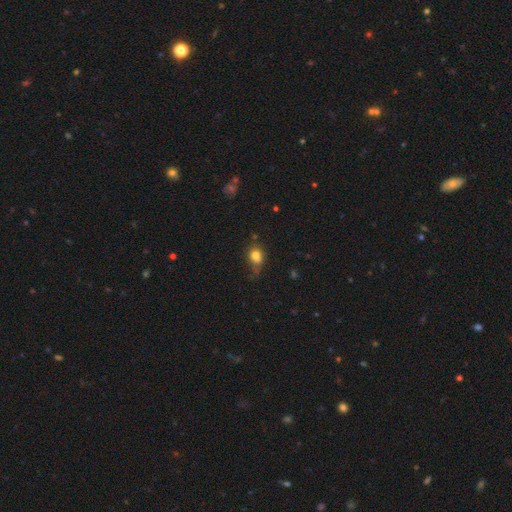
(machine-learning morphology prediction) Q: Smooth or featured?
A: smooth (79%); runner-up: star or artifact (12%)
Q: How rounded?
A: round (59%); runner-up: in between (39%)
Q: Merging?
A: none (51%); runner-up: minor disturbance (29%)